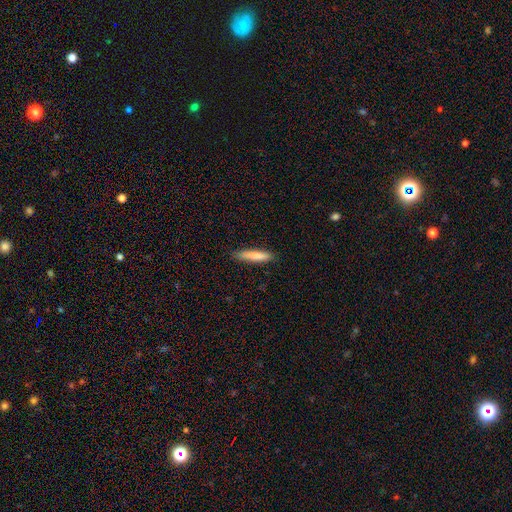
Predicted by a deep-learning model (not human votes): Smooth or featured: smooth — 83% (featured or disk — 11%)
How rounded: cigar-shaped — 87% (in between — 12%)
Merging: none — 87% (minor disturbance — 10%)